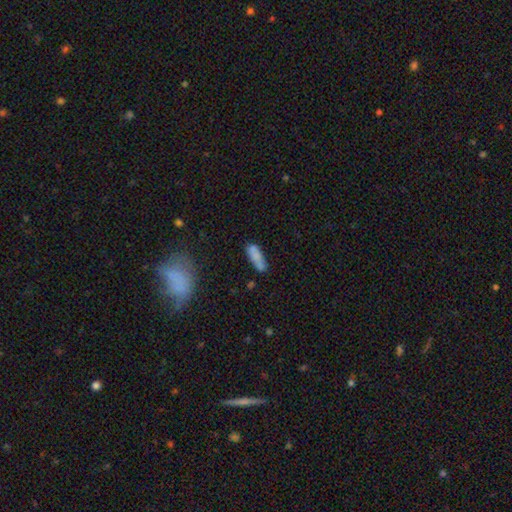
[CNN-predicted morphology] A smooth galaxy with no disk features (74%) that is in between round and cigar-shaped (56%). Merging: none (59%).